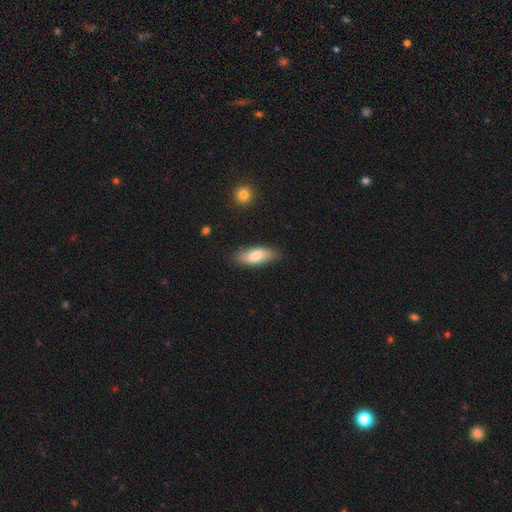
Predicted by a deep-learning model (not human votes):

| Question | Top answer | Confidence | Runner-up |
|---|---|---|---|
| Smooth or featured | smooth | 77% | featured or disk (17%) |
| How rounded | in between | 75% | cigar-shaped (22%) |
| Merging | none | 83% | minor disturbance (13%) |